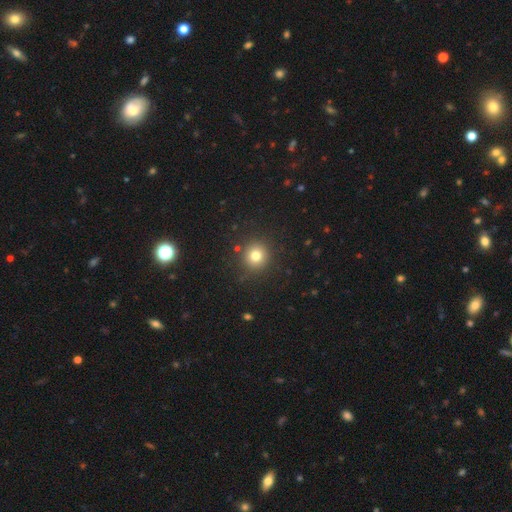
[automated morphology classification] smooth_or_featured: smooth (p=0.78) [alt: star or artifact p=0.14]
how_rounded: round (p=0.91) [alt: in between p=0.08]
merging: none (p=0.89) [alt: minor disturbance p=0.07]